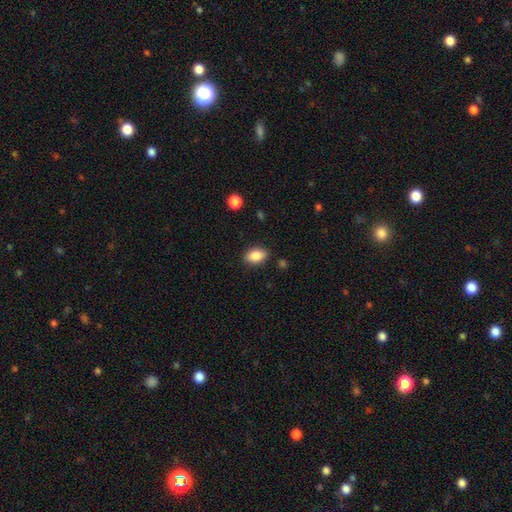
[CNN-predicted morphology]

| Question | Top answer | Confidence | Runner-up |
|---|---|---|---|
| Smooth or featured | smooth | 86% | star or artifact (8%) |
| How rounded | in between | 88% | round (10%) |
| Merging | none | 86% | minor disturbance (10%) |